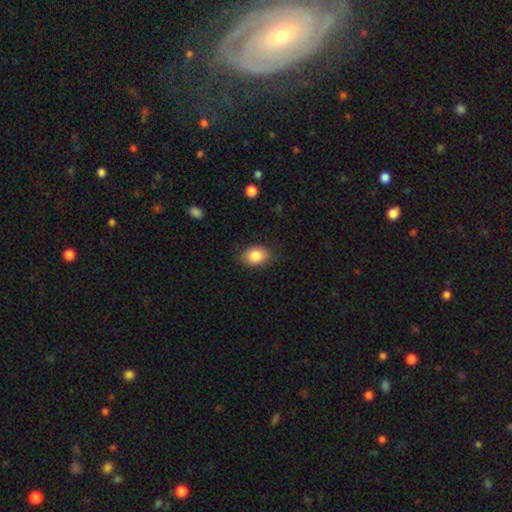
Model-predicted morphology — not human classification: smooth_or_featured: smooth (p=0.85) [alt: star or artifact p=0.08]
how_rounded: in between (p=0.69) [alt: round p=0.30]
merging: none (p=0.81) [alt: minor disturbance p=0.15]